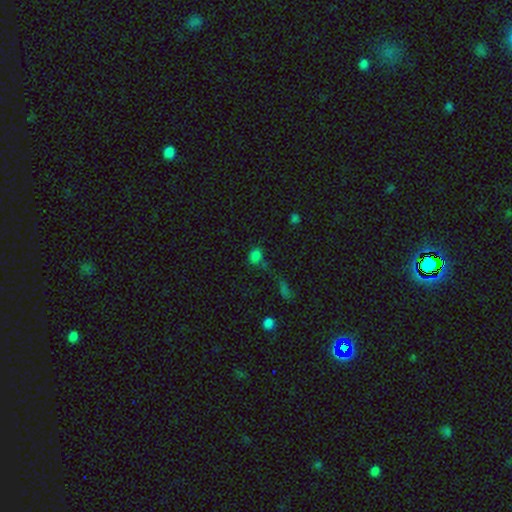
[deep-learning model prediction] A smooth galaxy with no disk features (72%) that is in between round and cigar-shaped (50%). Merging: none (59%).